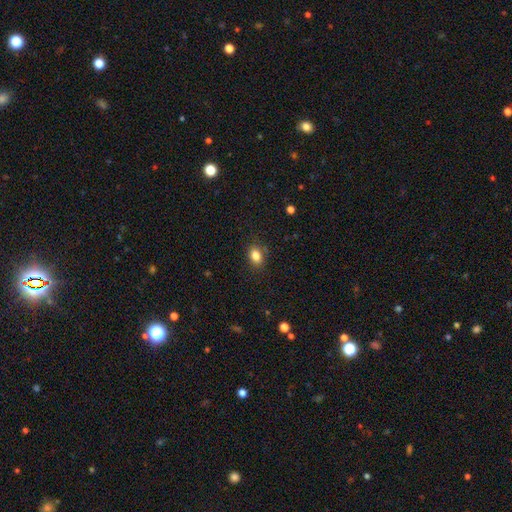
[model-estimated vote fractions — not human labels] Smooth or featured? smooth (84%)
How rounded? in between (75%)
Merging? none (83%)